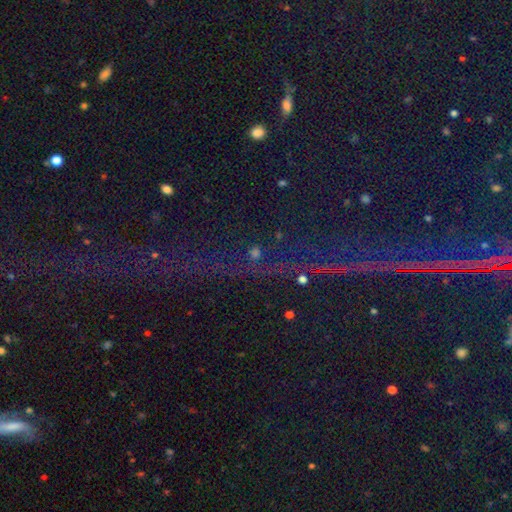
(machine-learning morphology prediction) Smooth or featured? Predicted: star or artifact (p=0.72).